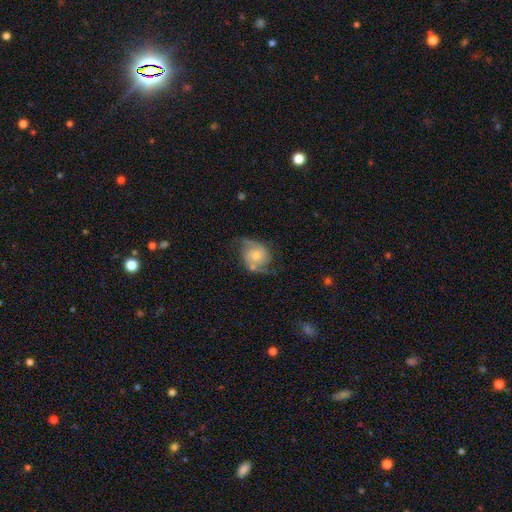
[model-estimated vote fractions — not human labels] smooth-or-featured: featured or disk: 75% | smooth: 18% | star or artifact: 7%
  disk-edge-on: no: 98% | yes: 2%
    bar: no: 69% | weak: 27% | strong: 4%
    has-spiral-arms: yes: 93% | no: 7%
      spiral-winding: medium: 47% | loose: 35% | tight: 18%
      spiral-arm-count: 2: 89% | can't tell: 5% | 1: 2% | 3: 2% | 4: 1% | more than 4: 1%
    bulge-size: small: 44% | moderate: 40% | none: 7% | large: 6% | dominant: 2%
  merging: none: 61% | minor disturbance: 21% | major disturbance: 11% | merger: 6%